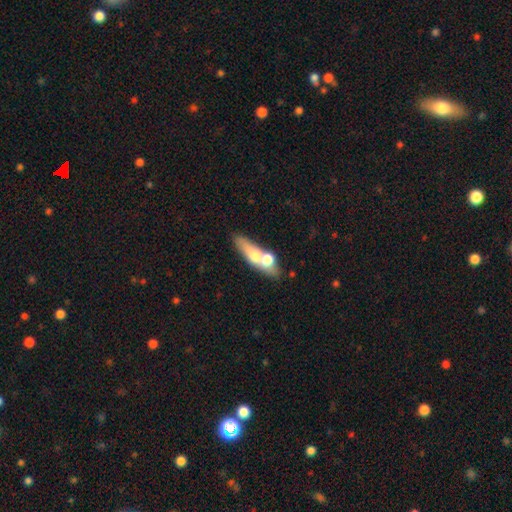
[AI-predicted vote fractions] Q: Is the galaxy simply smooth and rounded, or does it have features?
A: smooth — 54%.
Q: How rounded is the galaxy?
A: cigar-shaped — 46%.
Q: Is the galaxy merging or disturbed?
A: merger — 48%.